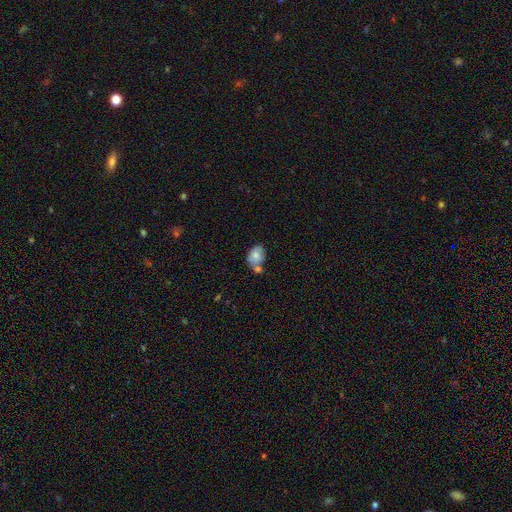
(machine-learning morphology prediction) Overall: smooth (76%). How rounded: in between (72%). Merging: none (38%; merger 37%).